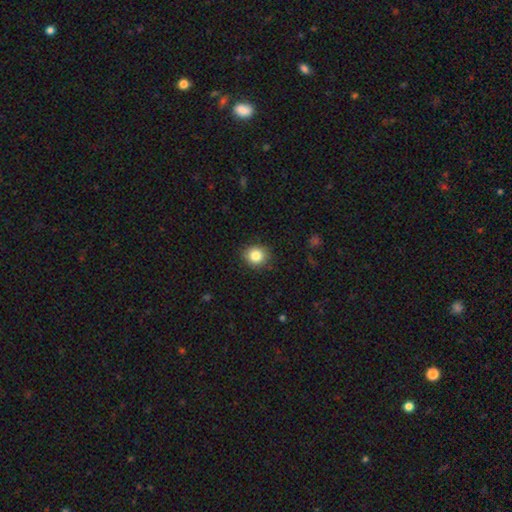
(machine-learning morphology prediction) A smooth galaxy with no disk features (84%) that is round (84%). Merging: none (89%).